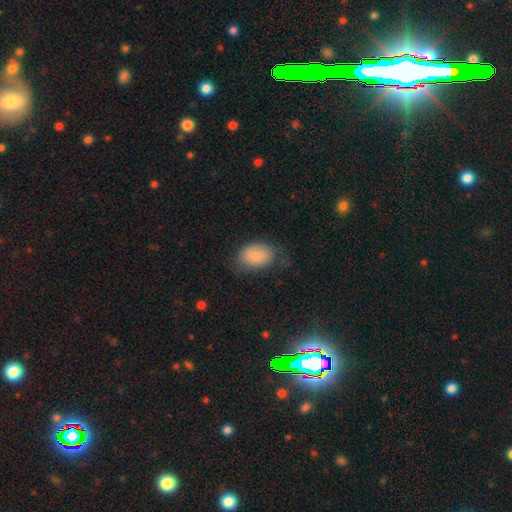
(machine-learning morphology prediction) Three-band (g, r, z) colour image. It shows a smooth galaxy with no disk features (83%) that is in between round and cigar-shaped (83%). Merging: none (51%).